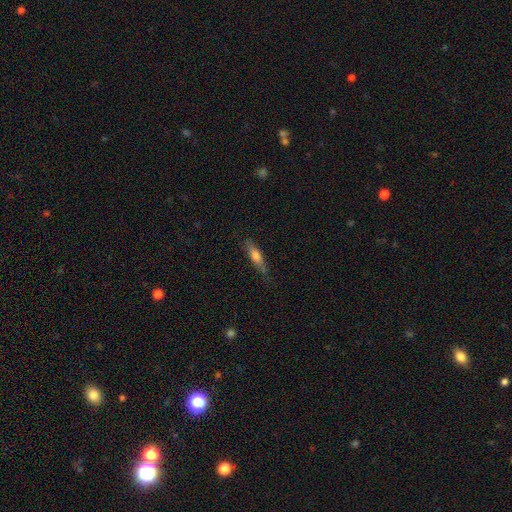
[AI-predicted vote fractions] Smooth or featured? Predicted: smooth (p=0.57). How rounded? Predicted: cigar-shaped (p=0.74). Merging? Predicted: none (p=0.77).